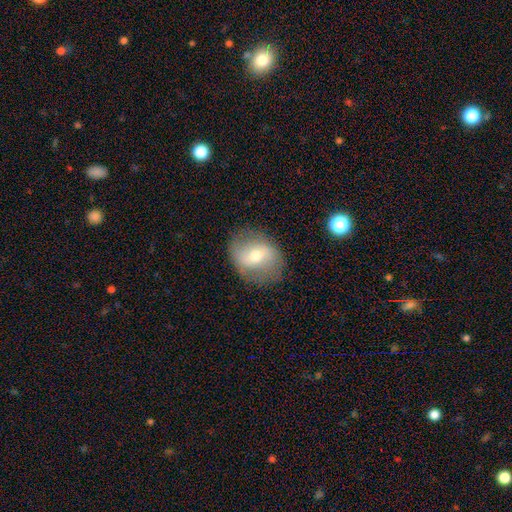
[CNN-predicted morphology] Smooth or featured? Predicted: featured or disk (p=0.54). Edge-on disk? Predicted: no (p=0.95). Bar? Predicted: weak (p=0.46). Spiral arms? Predicted: yes (p=0.68). Bulge size? Predicted: moderate (p=0.63). Merging? Predicted: none (p=0.77).